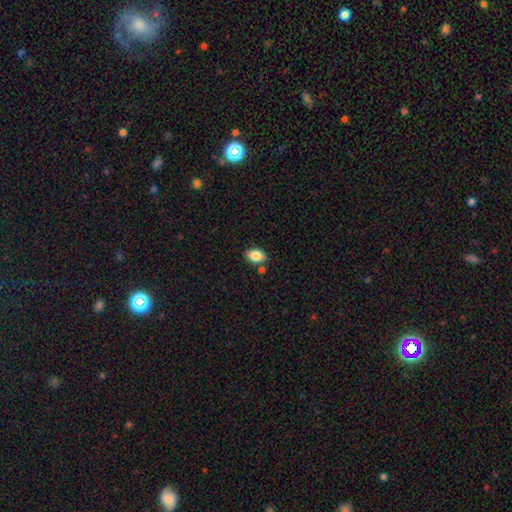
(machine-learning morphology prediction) type=smooth (86%); roundness=in between (86%); merging=none (80%).